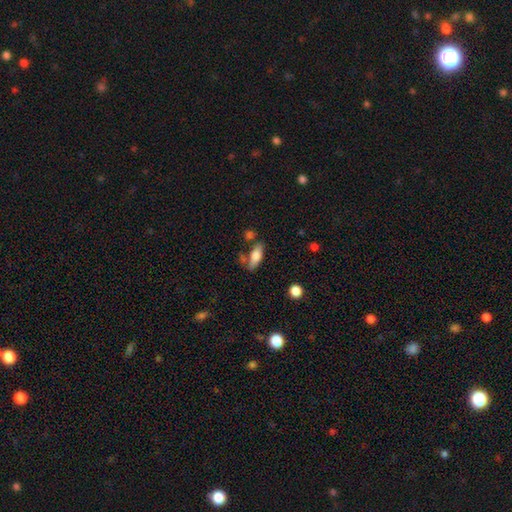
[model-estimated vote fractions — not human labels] Smooth or featured? Predicted: smooth (p=0.74). How rounded? Predicted: in between (p=0.72). Merging? Predicted: none (p=0.63).